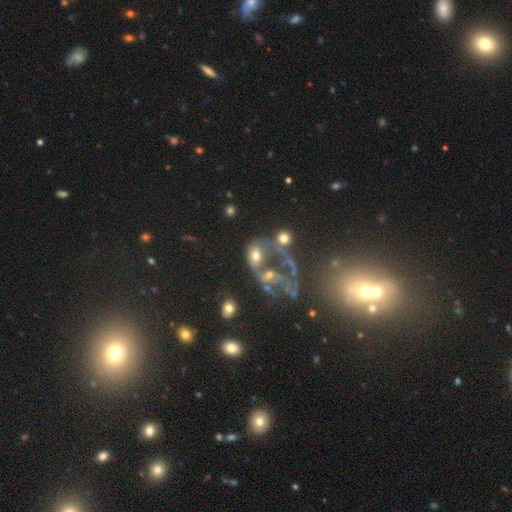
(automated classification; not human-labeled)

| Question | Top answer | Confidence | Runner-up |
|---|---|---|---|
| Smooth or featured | smooth | 50% | featured or disk (33%) |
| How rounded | in between | 65% | round (33%) |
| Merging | merger | 48% | major disturbance (23%) |